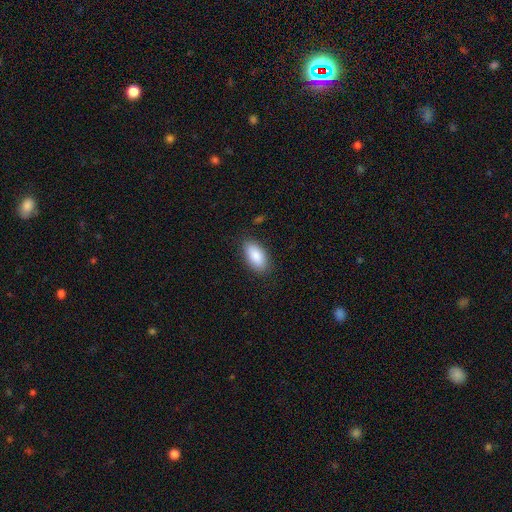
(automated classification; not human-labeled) smooth 87%, featured or disk 7%, star or artifact 6%. Down the decision tree: how rounded — in between (93%); merging — none (85%).